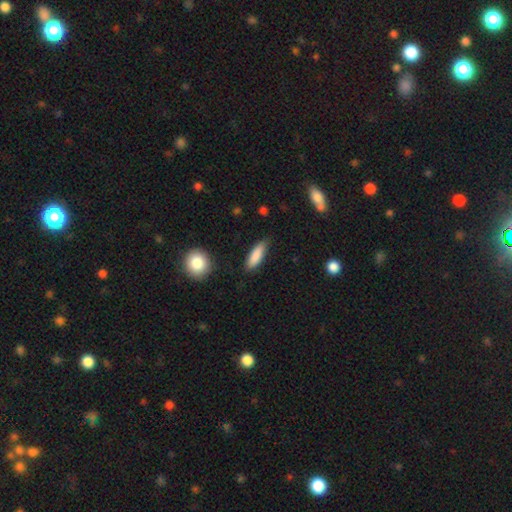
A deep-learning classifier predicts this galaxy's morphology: type=smooth (85%); roundness=in between (53%); merging=none (83%).